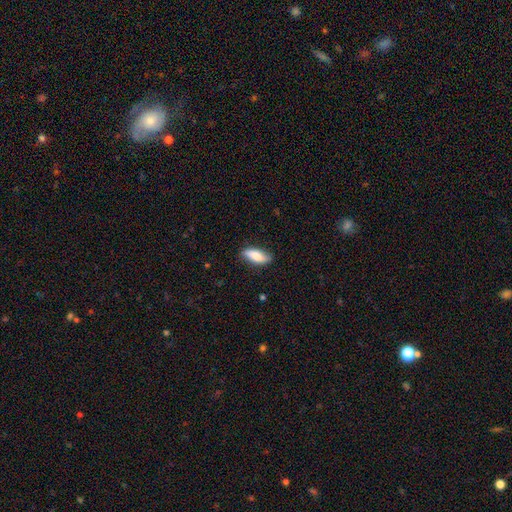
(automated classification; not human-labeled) The model was most divided on "how rounded": in between: 73%, cigar-shaped: 24%, round: 3%. More confident: merging — none (82%); smooth or featured — smooth (73%).